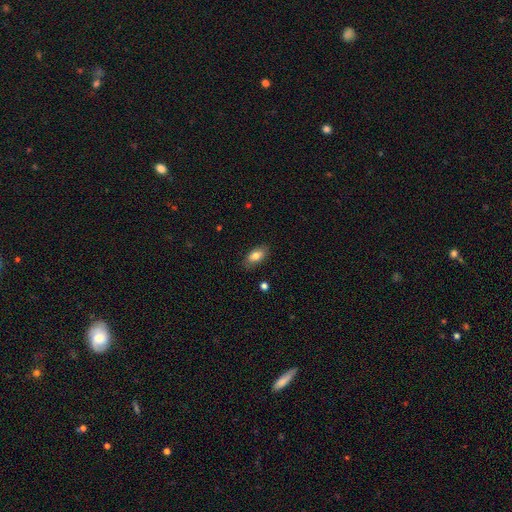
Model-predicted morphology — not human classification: Smooth or featured: smooth — 80% (featured or disk — 13%)
How rounded: in between — 90% (cigar-shaped — 5%)
Merging: none — 84% (minor disturbance — 12%)